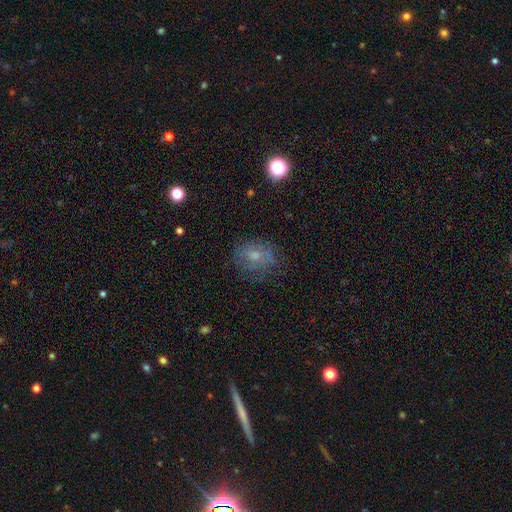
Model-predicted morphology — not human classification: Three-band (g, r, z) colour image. It shows a smooth galaxy with no disk features (52%) that is round (59%). Merging: none (61%).